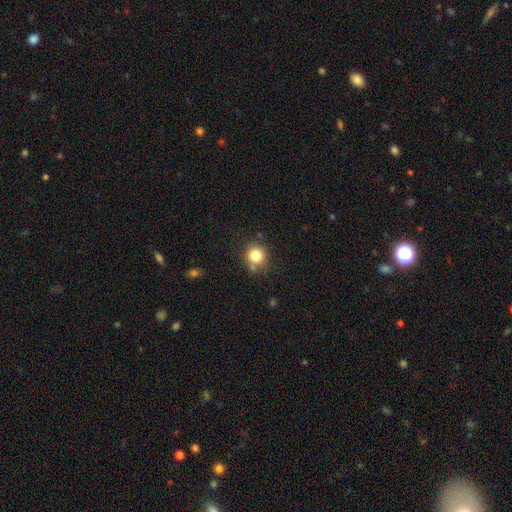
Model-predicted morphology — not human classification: smooth 81%, star or artifact 11%, featured or disk 7%. Down the decision tree: how rounded — round (87%); merging — none (75%).